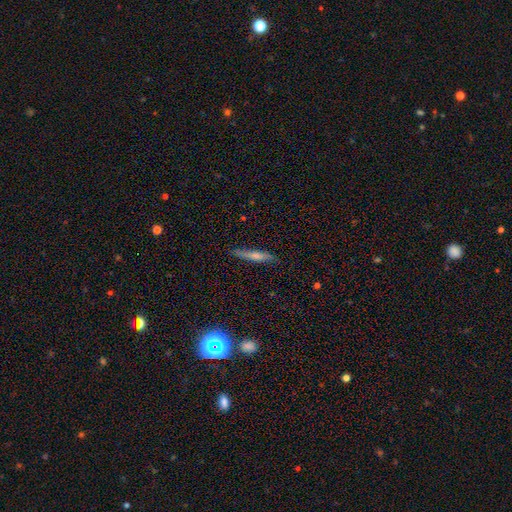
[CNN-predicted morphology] Overall: smooth (60%; featured or disk 33%). How rounded: cigar-shaped (91%). Merging: none (82%).